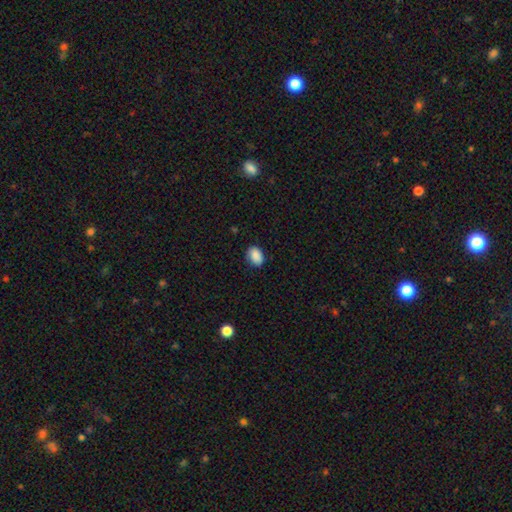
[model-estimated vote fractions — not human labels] A smooth galaxy with no disk features (88%) that is in between round and cigar-shaped (76%).

Vote fractions:
- Smooth or featured? smooth: 88% / star or artifact: 8% / featured or disk: 4%
- How rounded? in between: 76% / round: 23% / cigar-shaped: 1%
- Merging? none: 81% / minor disturbance: 15% / major disturbance: 3% / merger: 1%